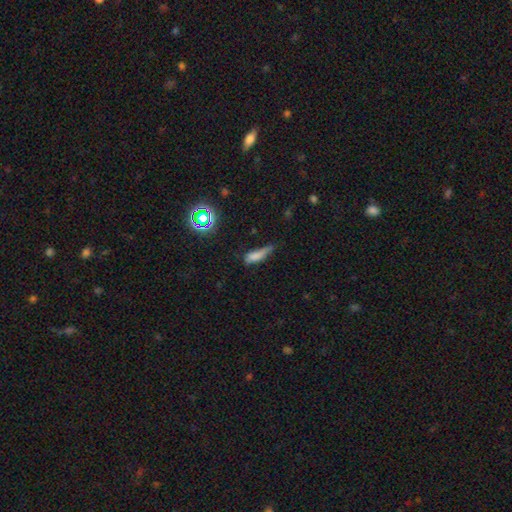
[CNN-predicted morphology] This is likely a smooth galaxy (70%). How rounded: possibly cigar-shaped (49%). Merging: marginally minor disturbance (44%).